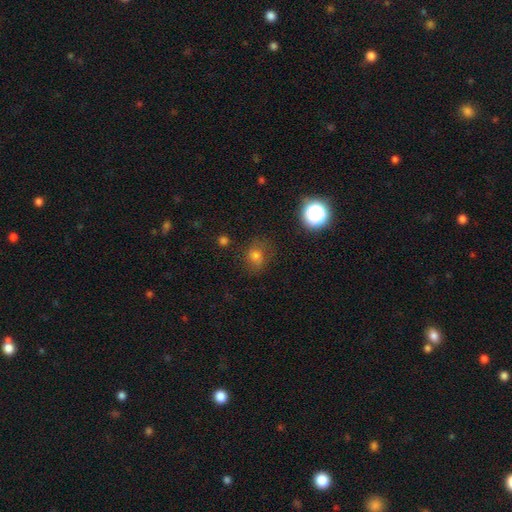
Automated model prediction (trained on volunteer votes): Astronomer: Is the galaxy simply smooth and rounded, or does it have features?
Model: smooth — 67%.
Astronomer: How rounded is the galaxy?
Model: round — 66%.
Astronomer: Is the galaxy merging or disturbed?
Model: none — 67%.